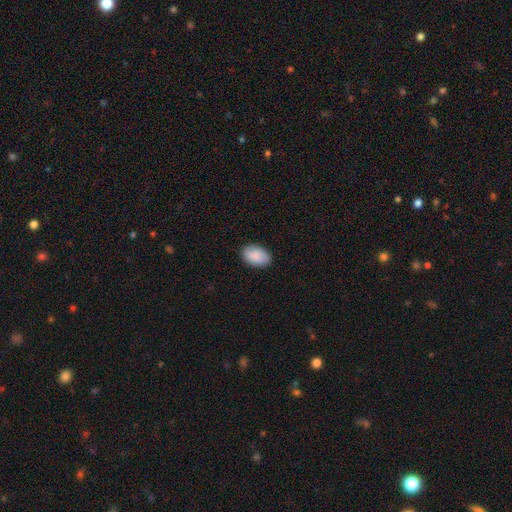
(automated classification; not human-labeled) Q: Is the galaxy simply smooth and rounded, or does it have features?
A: smooth — 89%.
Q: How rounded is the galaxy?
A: in between — 90%.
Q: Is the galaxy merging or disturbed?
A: none — 88%.